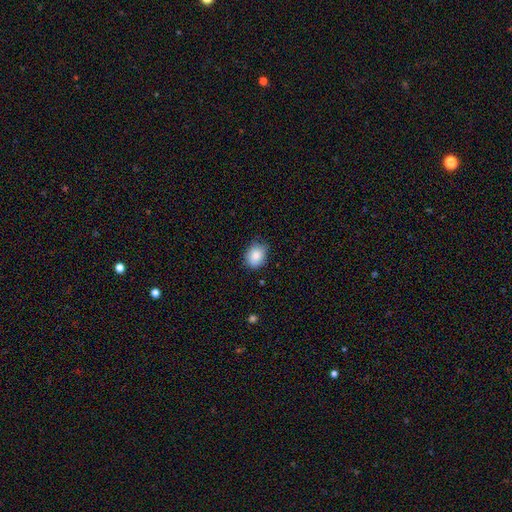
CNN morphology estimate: Smooth or featured?
  - smooth: 85% *
  - star or artifact: 8%
  - featured or disk: 7%
How rounded?
  - round: 50% *
  - in between: 49%
  - cigar-shaped: 1%
Merging?
  - none: 75% *
  - minor disturbance: 21%
  - major disturbance: 3%
  - merger: 1%